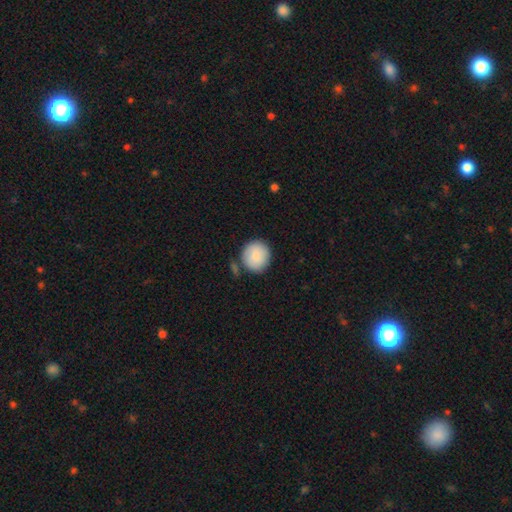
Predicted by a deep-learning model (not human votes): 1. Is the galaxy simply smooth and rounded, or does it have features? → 87% smooth, 7% featured or disk, 6% star or artifact.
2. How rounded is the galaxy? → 89% round, 10% in between, 1% cigar-shaped.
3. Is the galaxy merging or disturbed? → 75% none, 13% minor disturbance, 8% merger, 4% major disturbance.